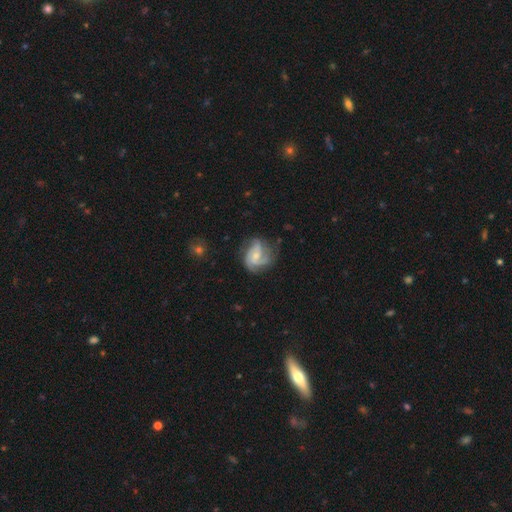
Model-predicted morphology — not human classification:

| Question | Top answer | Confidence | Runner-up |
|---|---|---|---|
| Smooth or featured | featured or disk | 81% | smooth (13%) |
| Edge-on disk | no | 98% | yes (2%) |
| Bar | no | 61% | weak (32%) |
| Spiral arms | yes | 95% | no (5%) |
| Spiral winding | medium | 48% | tight (32%) |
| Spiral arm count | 3 | 51% | 2 (21%) |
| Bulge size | small | 56% | moderate (39%) |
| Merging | none | 60% | minor disturbance (24%) |